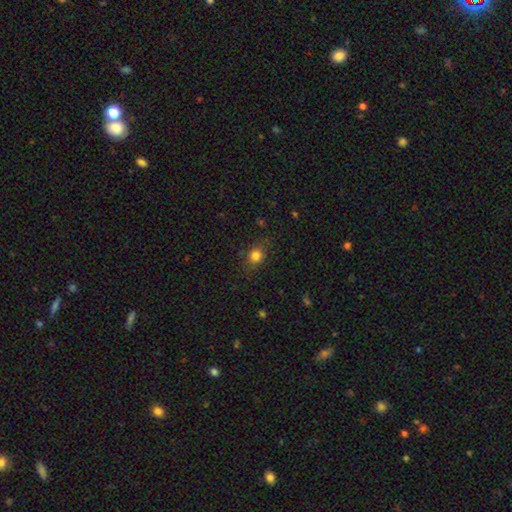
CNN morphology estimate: Smooth or featured? Predicted: smooth (p=0.80). How rounded? Predicted: round (p=0.69). Merging? Predicted: none (p=0.78).